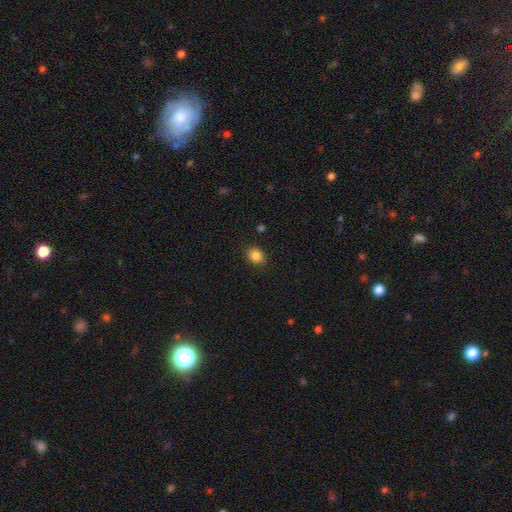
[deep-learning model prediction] Morphology: type=smooth (85%); roundness=in between (54%); merging=none (88%).